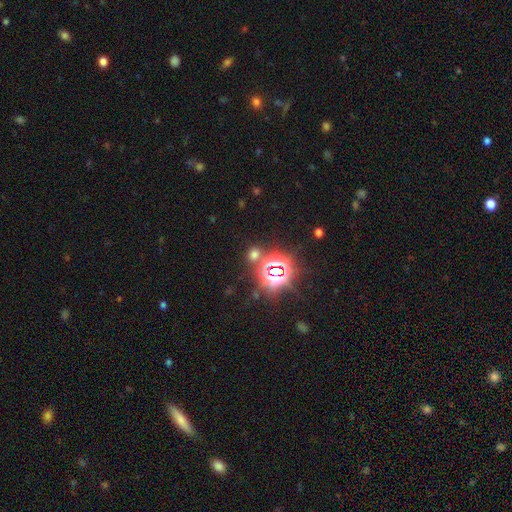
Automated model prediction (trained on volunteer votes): Smooth or featured? Predicted: star or artifact (p=0.76).